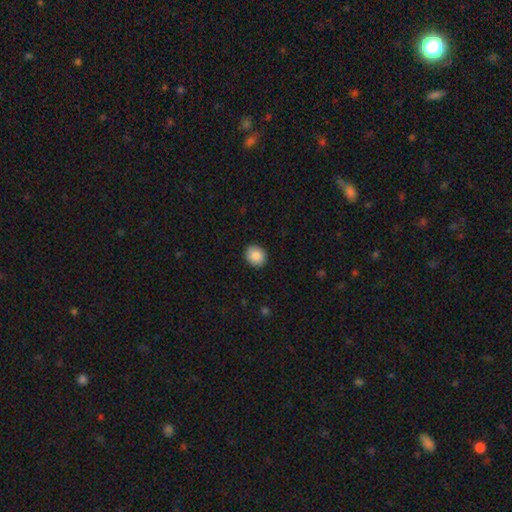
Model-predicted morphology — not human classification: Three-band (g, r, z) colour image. It shows a smooth galaxy with no disk features (87%) that is round (75%). Merging: none (91%).